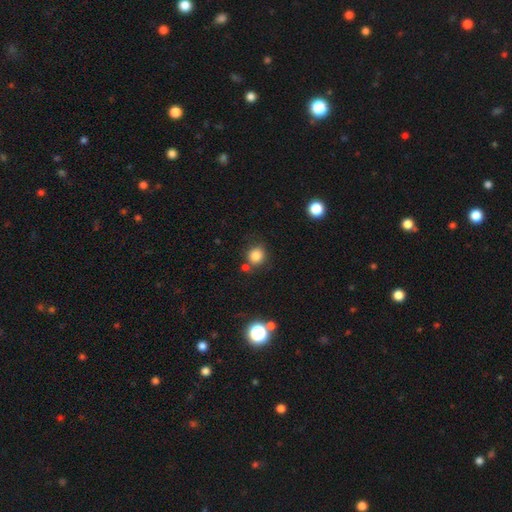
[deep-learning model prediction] Morphology: type=smooth (83%); roundness=round (86%); merging=none (73%).